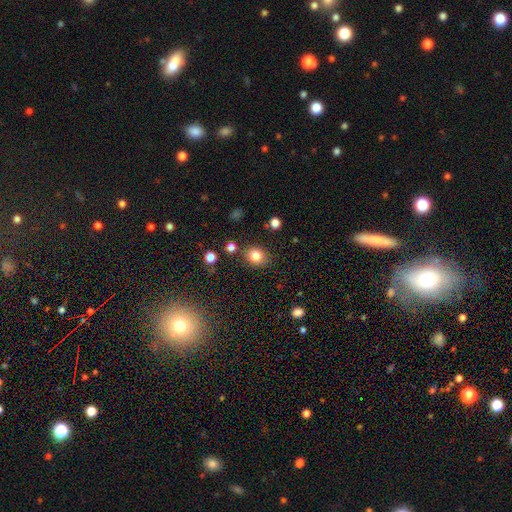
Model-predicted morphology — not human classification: Smooth or featured? Predicted: smooth (p=0.82). How rounded? Predicted: round (p=0.63). Merging? Predicted: none (p=0.82).